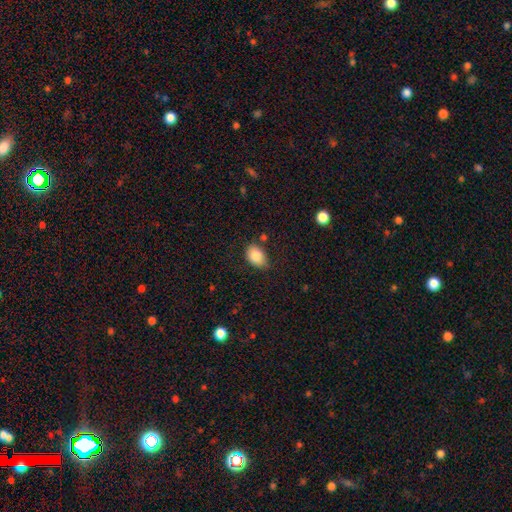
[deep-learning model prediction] This appears to be a smooth galaxy with no disk features (83%) that is in between round and cigar-shaped (79%). Merging: none (64%).